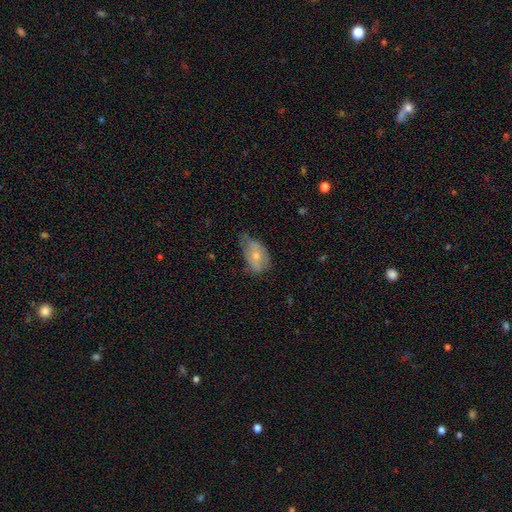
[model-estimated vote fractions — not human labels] The model was most divided on "merging": minor disturbance: 44%, none: 36%, major disturbance: 19%, merger: 2%. More confident: how rounded — in between (90%); smooth or featured — smooth (62%).